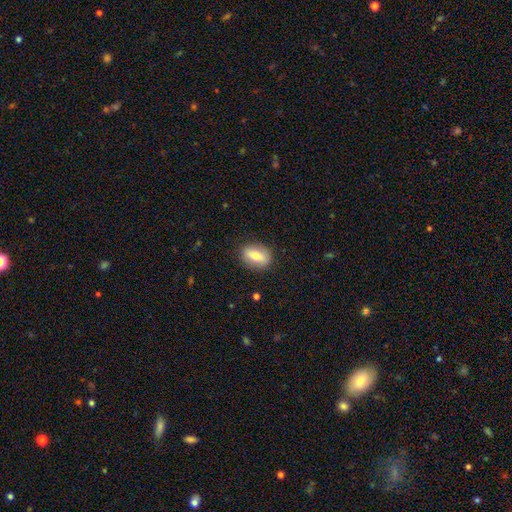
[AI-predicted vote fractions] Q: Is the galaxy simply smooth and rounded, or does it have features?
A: smooth — 70%.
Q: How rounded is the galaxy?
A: in between — 79%.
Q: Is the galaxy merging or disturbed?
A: none — 84%.